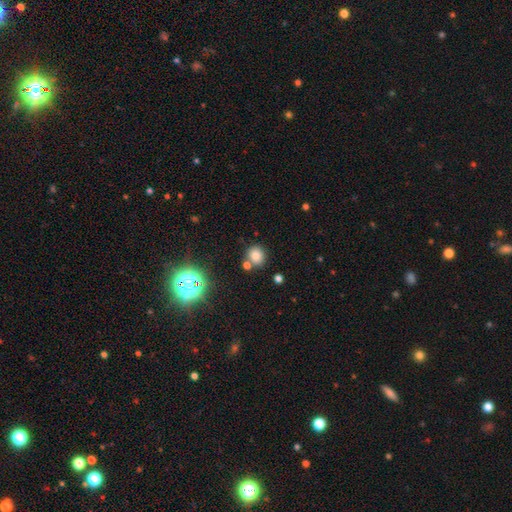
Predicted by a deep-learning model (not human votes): A smooth galaxy with no disk features (77%) that is round (78%). Merging: none (72%).